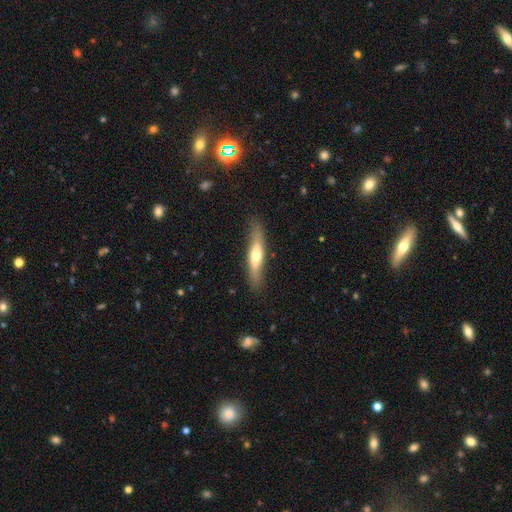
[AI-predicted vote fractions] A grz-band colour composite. It shows a smooth galaxy with no disk features (51%) that is cigar-shaped (81%). Merging: none (83%).